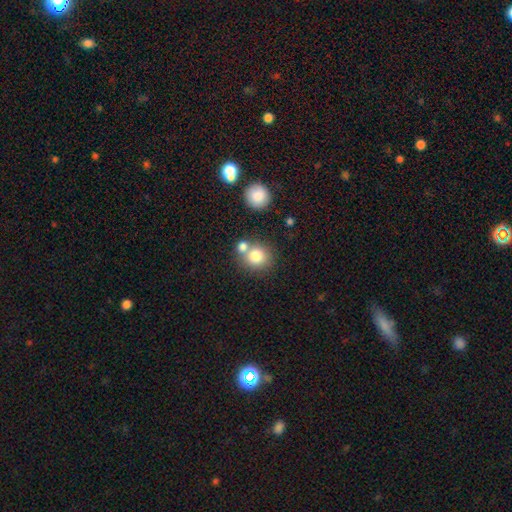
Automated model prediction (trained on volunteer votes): Smooth or featured?
  - smooth: 80% *
  - featured or disk: 10%
  - star or artifact: 10%
How rounded?
  - round: 86% *
  - in between: 14%
  - cigar-shaped: 1%
Merging?
  - none: 55% *
  - merger: 33%
  - minor disturbance: 8%
  - major disturbance: 3%